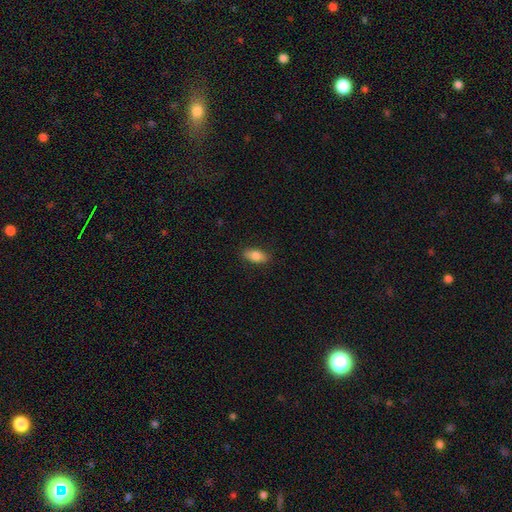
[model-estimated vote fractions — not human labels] A smooth galaxy with no disk features (83%) that is in between round and cigar-shaped (88%).

Vote fractions:
- Smooth or featured? smooth: 83% / featured or disk: 10% / star or artifact: 7%
- How rounded? in between: 88% / cigar-shaped: 9% / round: 3%
- Merging? none: 86% / minor disturbance: 10% / major disturbance: 2% / merger: 1%